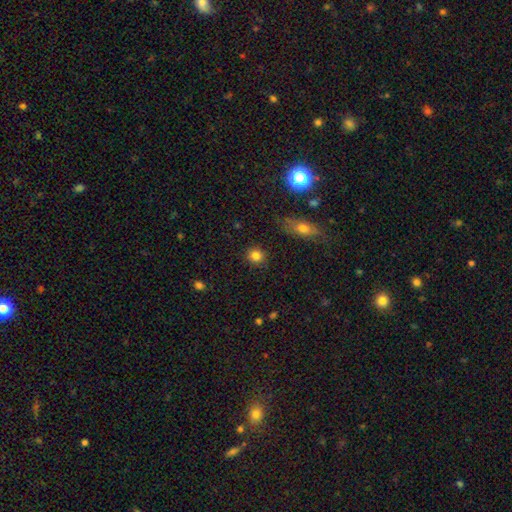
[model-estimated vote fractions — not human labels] This appears to be a smooth galaxy with no disk features (84%) that is round (88%). Merging: none (90%).